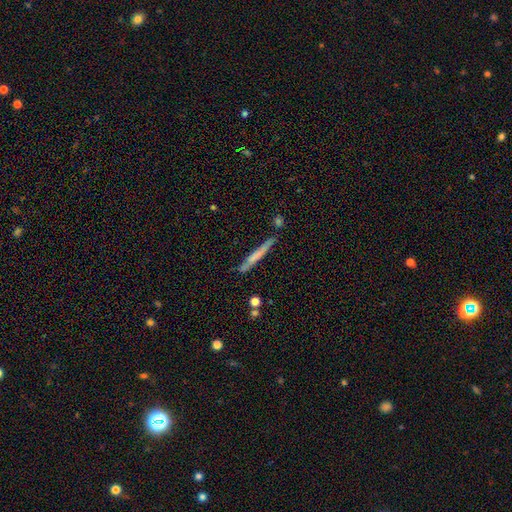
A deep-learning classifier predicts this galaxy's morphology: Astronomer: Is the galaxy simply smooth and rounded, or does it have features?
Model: smooth — 55% (runner-up: featured or disk, 39%).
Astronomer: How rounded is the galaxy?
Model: cigar-shaped — 95%.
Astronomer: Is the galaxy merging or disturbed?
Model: none — 77%.